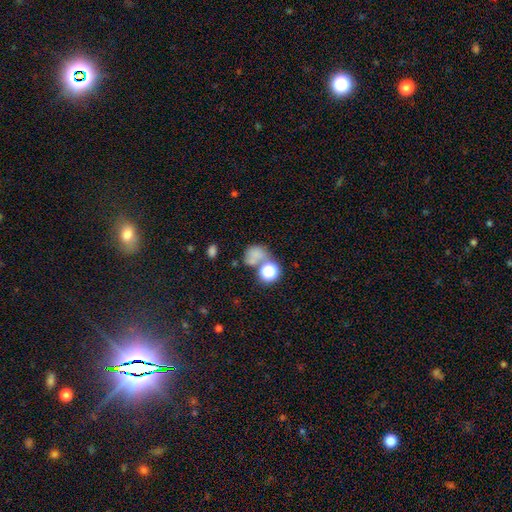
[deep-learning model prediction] smooth_or_featured: smooth (p=0.66) [alt: star or artifact p=0.21]
how_rounded: round (p=0.61) [alt: in between p=0.38]
merging: merger (p=0.40) [alt: none p=0.37]